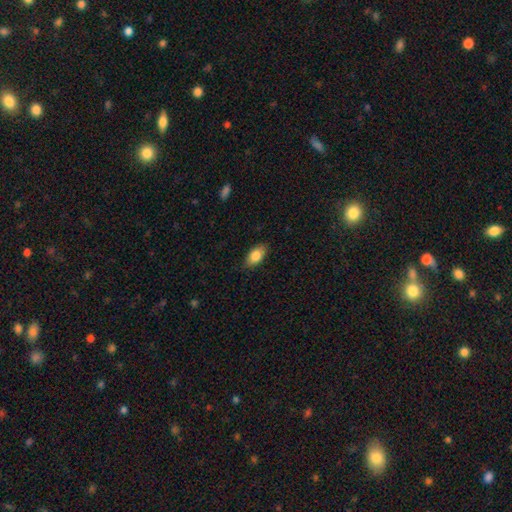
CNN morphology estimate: Smooth or featured? Predicted: smooth (p=0.83). How rounded? Predicted: in between (p=0.90). Merging? Predicted: none (p=0.83).